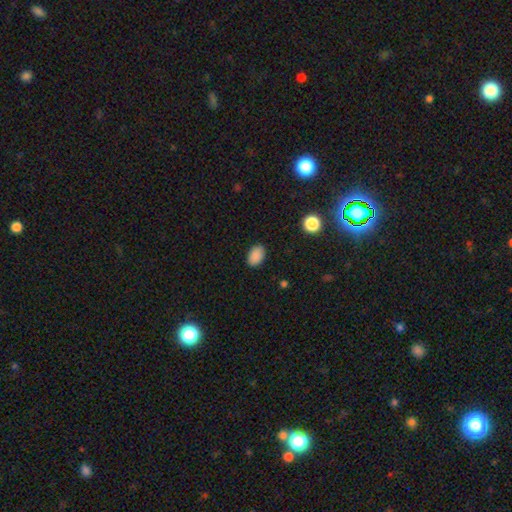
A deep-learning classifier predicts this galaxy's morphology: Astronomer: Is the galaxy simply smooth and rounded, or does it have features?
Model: smooth — 88%.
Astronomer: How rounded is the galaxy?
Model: in between — 85%.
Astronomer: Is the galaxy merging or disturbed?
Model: none — 88%.